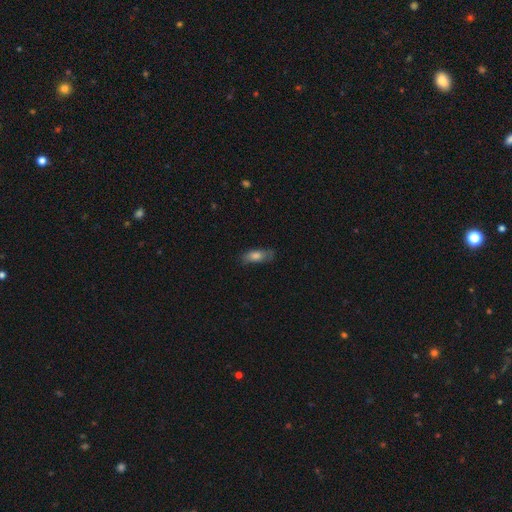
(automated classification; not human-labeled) smooth_or_featured: smooth (p=0.70) [alt: featured or disk p=0.21]
how_rounded: in between (p=0.69) [alt: cigar-shaped p=0.28]
merging: none (p=0.65) [alt: minor disturbance p=0.25]